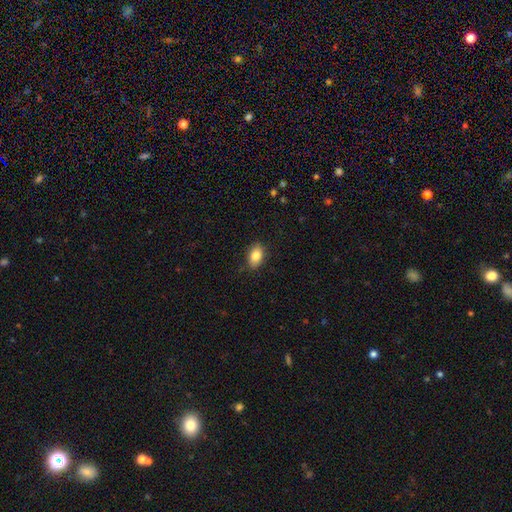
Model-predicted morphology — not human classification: A smooth galaxy with no disk features (83%) that is in between round and cigar-shaped (88%).

Vote fractions:
- Smooth or featured? smooth: 83% / featured or disk: 9% / star or artifact: 8%
- How rounded? in between: 88% / round: 10% / cigar-shaped: 2%
- Merging? none: 85% / minor disturbance: 12% / major disturbance: 2% / merger: 1%